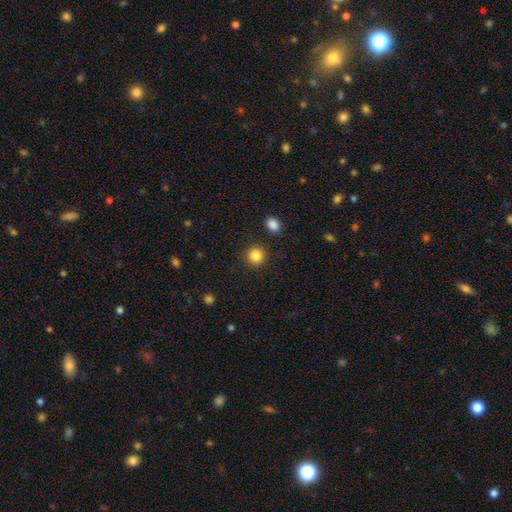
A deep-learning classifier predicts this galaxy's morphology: The model was most divided on "smooth or featured": smooth: 86%, star or artifact: 10%, featured or disk: 4%. More confident: how rounded — round (93%); merging — none (91%).